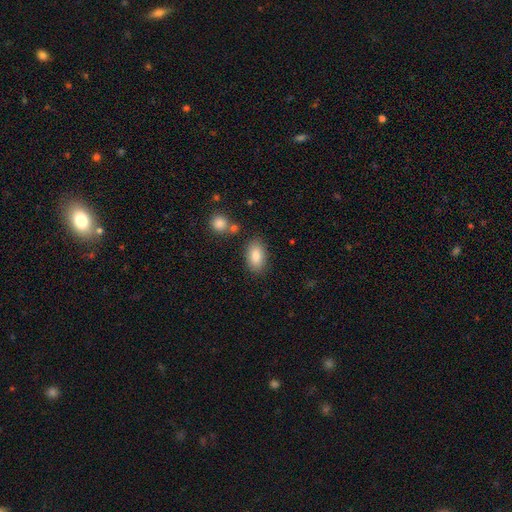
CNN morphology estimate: smooth_or_featured: smooth (p=0.85) [alt: featured or disk p=0.08]
how_rounded: in between (p=0.92) [alt: round p=0.06]
merging: none (p=0.82) [alt: minor disturbance p=0.11]